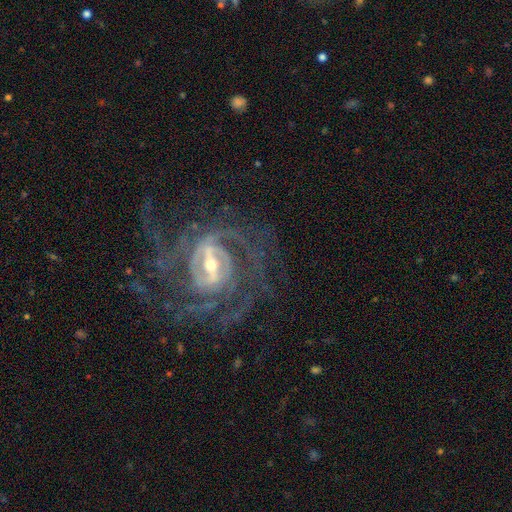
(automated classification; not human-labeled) Smooth or featured: featured or disk — 88% (star or artifact — 8%)
Edge-on disk: no — 96% (yes — 4%)
Bar: strong — 47% (weak — 39%)
Spiral arms: yes — 97% (no — 3%)
Spiral winding: tight — 54% (medium — 37%)
Spiral arm count: 2 — 26% (can't tell — 22%)
Bulge size: small — 56% (moderate — 36%)
Merging: none — 71% (minor disturbance — 14%)